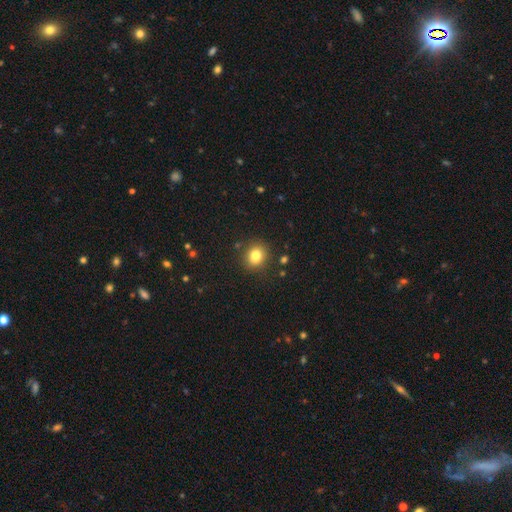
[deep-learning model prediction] Smooth or featured? smooth (81%)
How rounded? round (72%)
Merging? none (87%)